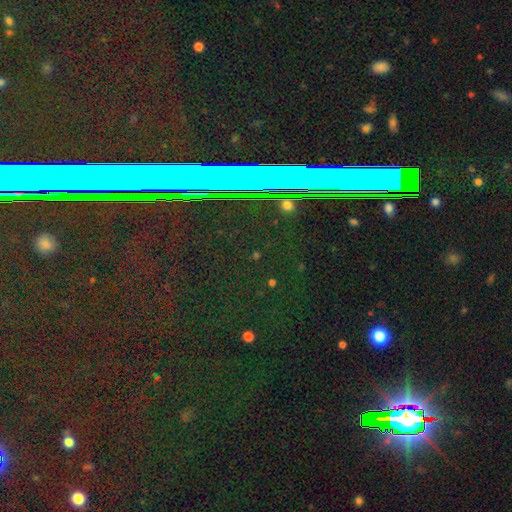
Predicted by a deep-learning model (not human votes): Overall: star or artifact (82%).